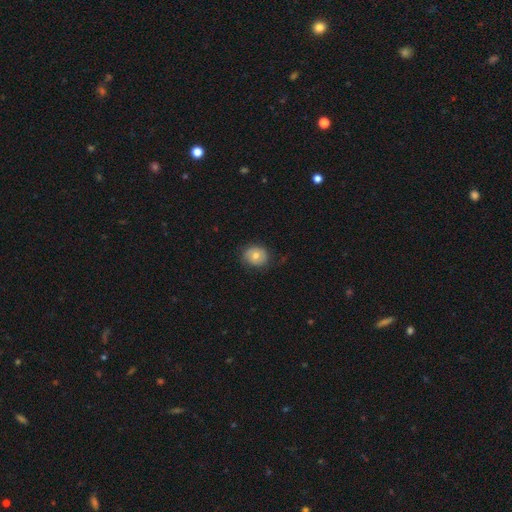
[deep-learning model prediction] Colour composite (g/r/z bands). It shows a smooth galaxy with no disk features (68%) that is round (75%). Merging: none (77%).